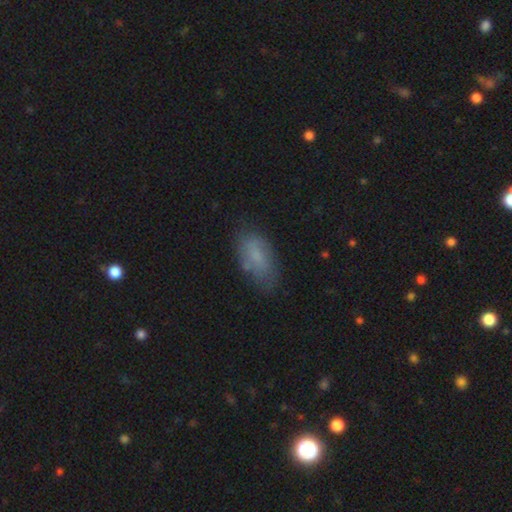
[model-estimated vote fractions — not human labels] The model was most divided on "merging": none: 64%, minor disturbance: 25%, major disturbance: 8%, merger: 3%. More confident: how rounded — in between (89%); smooth or featured — smooth (68%).